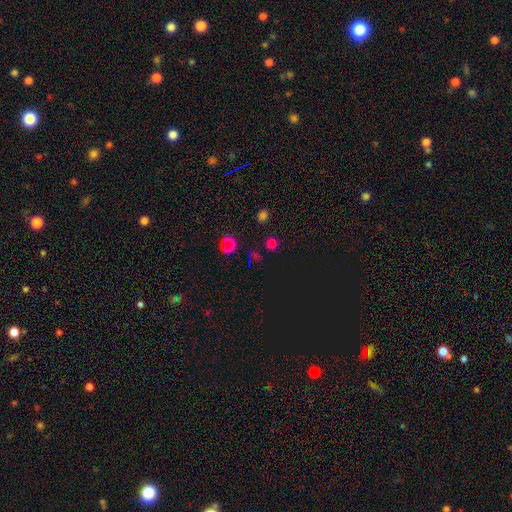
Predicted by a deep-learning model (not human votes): Smooth or featured: smooth — 52% (star or artifact — 43%)
How rounded: round — 88% (in between — 10%)
Merging: none — 86% (minor disturbance — 7%)